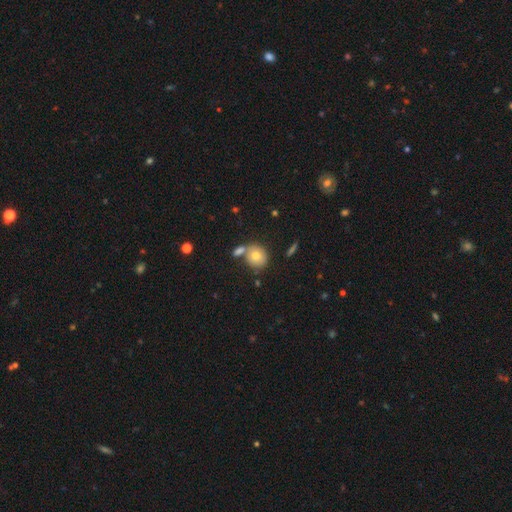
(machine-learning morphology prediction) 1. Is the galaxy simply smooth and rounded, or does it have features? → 74% smooth, 16% featured or disk, 10% star or artifact.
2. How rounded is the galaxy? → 80% round, 19% in between, 1% cigar-shaped.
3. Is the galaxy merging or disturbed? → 59% none, 26% merger, 11% minor disturbance, 4% major disturbance.